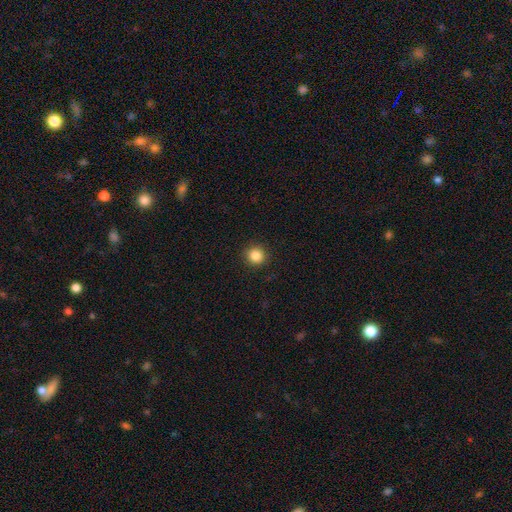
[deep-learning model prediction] smooth-or-featured: smooth: 85% | star or artifact: 11% | featured or disk: 4%
  how-rounded: round: 92% | in between: 7% | cigar-shaped: 1%
  merging: none: 91% | minor disturbance: 6% | major disturbance: 2% | merger: 1%